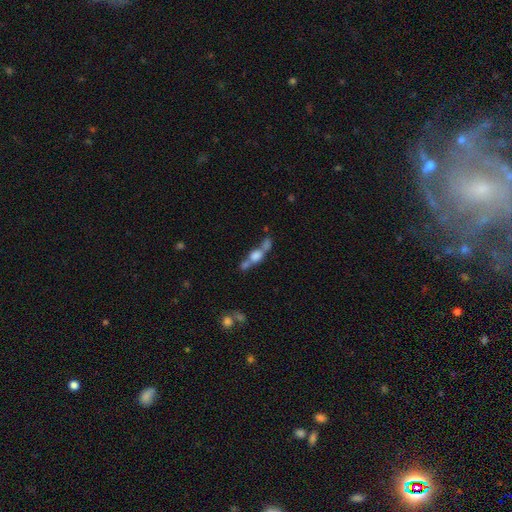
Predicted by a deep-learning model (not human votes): The model was most divided on "how rounded": in between: 43%, round: 33%, cigar-shaped: 24%. Remaining: smooth or featured — smooth (51%); merging — merger (48%).